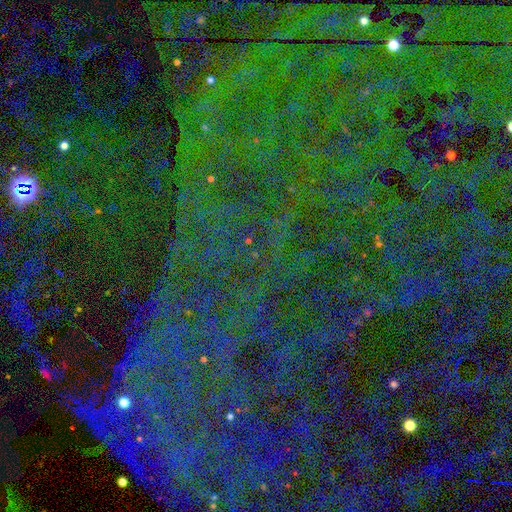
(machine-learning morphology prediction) This appears to be a star or artifact, not a galaxy (81%).